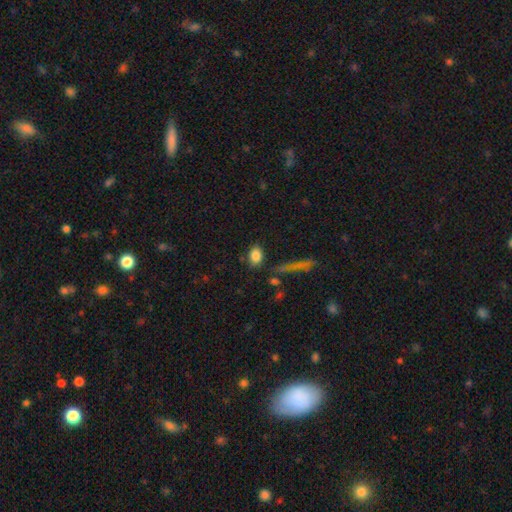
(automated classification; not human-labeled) Q: Smooth or featured?
A: smooth (85%); runner-up: star or artifact (9%)
Q: How rounded?
A: in between (75%); runner-up: round (22%)
Q: Merging?
A: none (78%); runner-up: minor disturbance (14%)